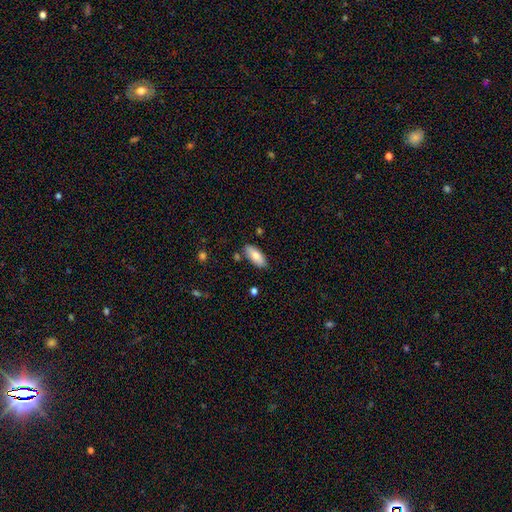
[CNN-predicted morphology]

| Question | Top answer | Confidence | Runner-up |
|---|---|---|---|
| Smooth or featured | smooth | 78% | featured or disk (16%) |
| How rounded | in between | 87% | cigar-shaped (11%) |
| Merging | none | 83% | minor disturbance (12%) |